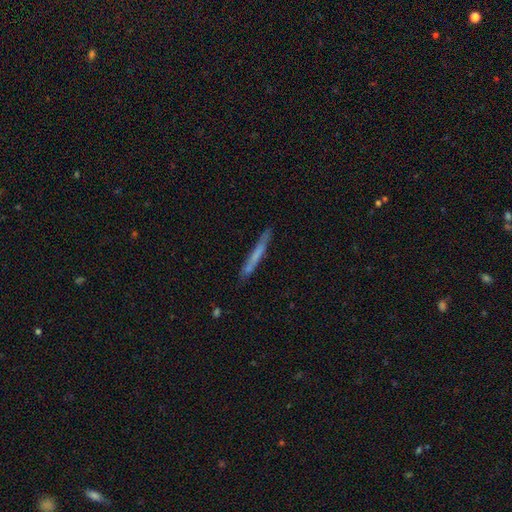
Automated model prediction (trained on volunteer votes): A smooth galaxy with no disk features (55%) that is cigar-shaped (96%).

Vote fractions:
- Smooth or featured? smooth: 55% / featured or disk: 38% / star or artifact: 7%
- How rounded? cigar-shaped: 96% / in between: 2% / round: 1%
- Merging? none: 85% / minor disturbance: 11% / major disturbance: 2% / merger: 2%